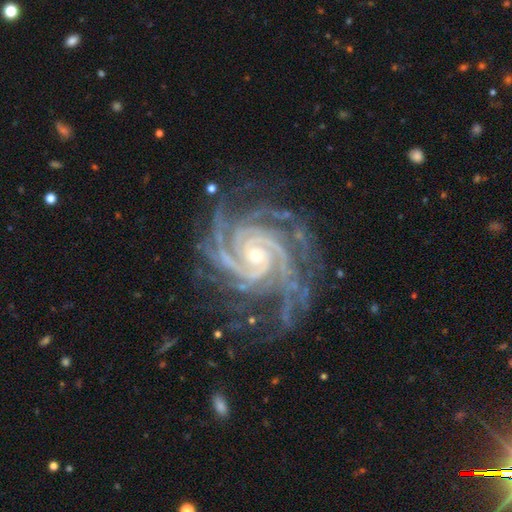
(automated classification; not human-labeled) Smooth or featured? Predicted: featured or disk (p=0.94). Edge-on disk? Predicted: no (p=0.98). Bar? Predicted: no (p=0.63). Spiral arms? Predicted: yes (p=0.99). Spiral winding? Predicted: tight (p=0.77). Spiral arm count? Predicted: 4 (p=0.30). Bulge size? Predicted: small (p=0.66). Merging? Predicted: none (p=0.72).